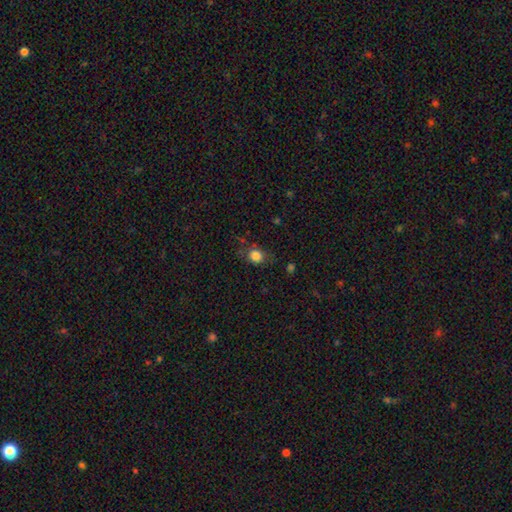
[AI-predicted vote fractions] Q: Smooth or featured?
A: smooth (83%); runner-up: star or artifact (11%)
Q: How rounded?
A: round (67%); runner-up: in between (31%)
Q: Merging?
A: none (70%); runner-up: minor disturbance (20%)